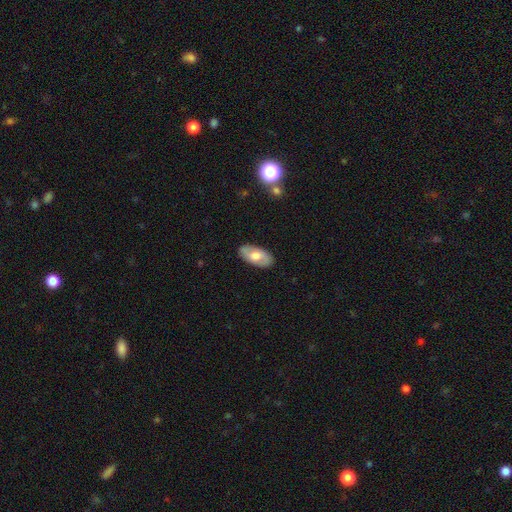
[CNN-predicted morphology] Q: Smooth or featured?
A: smooth (56%); runner-up: featured or disk (38%)
Q: How rounded?
A: in between (93%); runner-up: cigar-shaped (3%)
Q: Merging?
A: none (86%); runner-up: minor disturbance (10%)